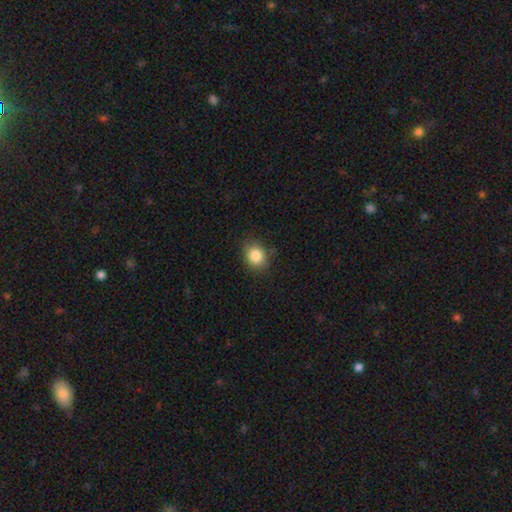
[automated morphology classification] A smooth galaxy with no disk features (85%) that is round (56%).

Vote fractions:
- Smooth or featured? smooth: 85% / star or artifact: 10% / featured or disk: 6%
- How rounded? round: 56% / in between: 43% / cigar-shaped: 1%
- Merging? none: 81% / minor disturbance: 14% / major disturbance: 3% / merger: 1%